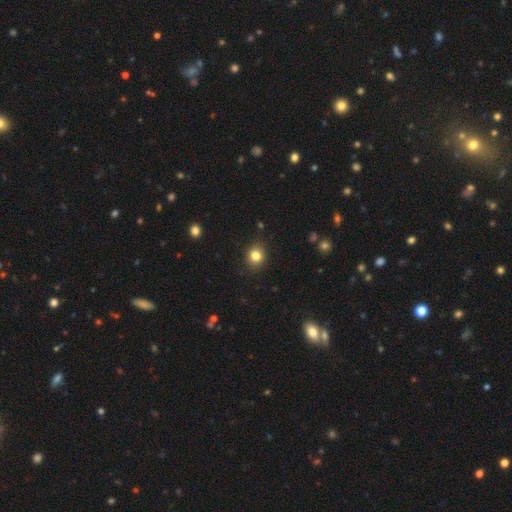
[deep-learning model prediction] Morphology: type=smooth (82%); roundness=round (74%); merging=none (87%).